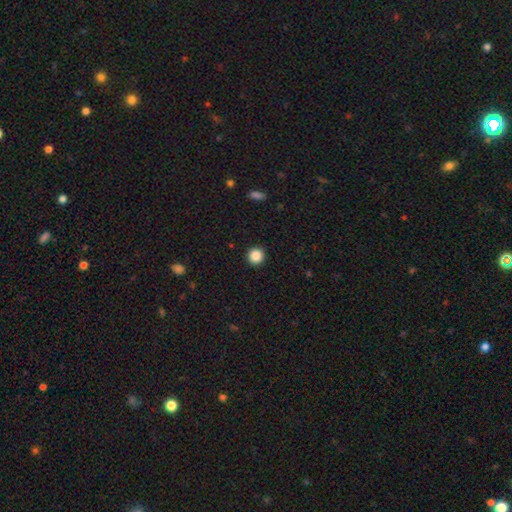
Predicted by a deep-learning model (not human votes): smooth_or_featured: smooth (p=0.87) [alt: star or artifact p=0.10]
how_rounded: round (p=0.95) [alt: in between p=0.04]
merging: none (p=0.93) [alt: minor disturbance p=0.04]